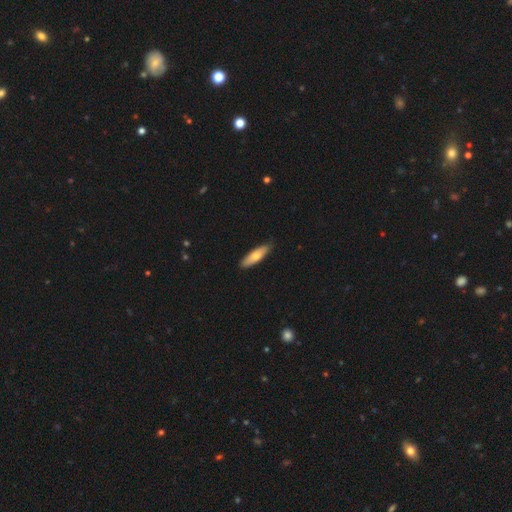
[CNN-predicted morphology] Smooth or featured? Predicted: smooth (p=0.67). How rounded? Predicted: cigar-shaped (p=0.60). Merging? Predicted: none (p=0.88).